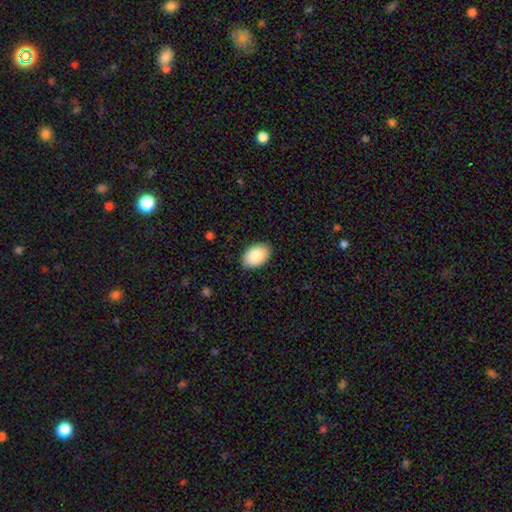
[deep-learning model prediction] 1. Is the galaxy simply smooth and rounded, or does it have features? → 87% smooth, 7% featured or disk, 6% star or artifact.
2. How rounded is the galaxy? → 89% in between, 10% round, 1% cigar-shaped.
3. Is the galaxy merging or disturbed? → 87% none, 10% minor disturbance, 2% major disturbance, 1% merger.